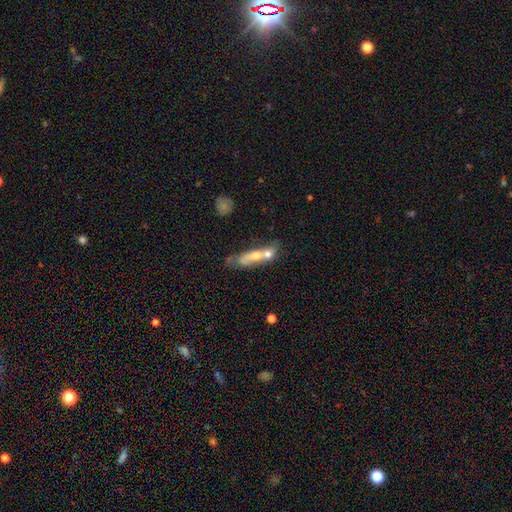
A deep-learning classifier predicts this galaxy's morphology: A smooth galaxy with no disk features (47%). Merging: merger (54%).